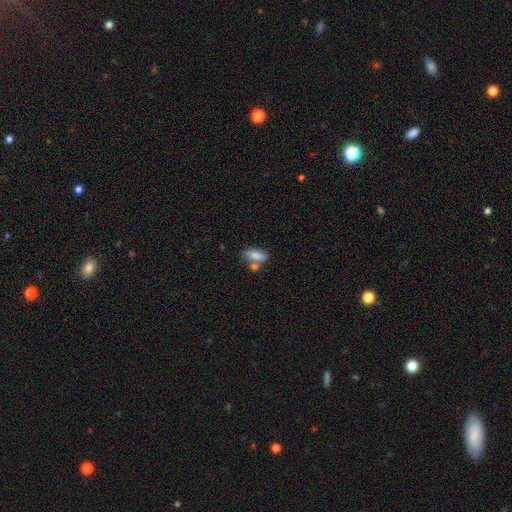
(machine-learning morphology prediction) Q: Smooth or featured?
A: smooth (79%); runner-up: featured or disk (13%)
Q: How rounded?
A: in between (80%); runner-up: cigar-shaped (15%)
Q: Merging?
A: none (52%); runner-up: merger (24%)